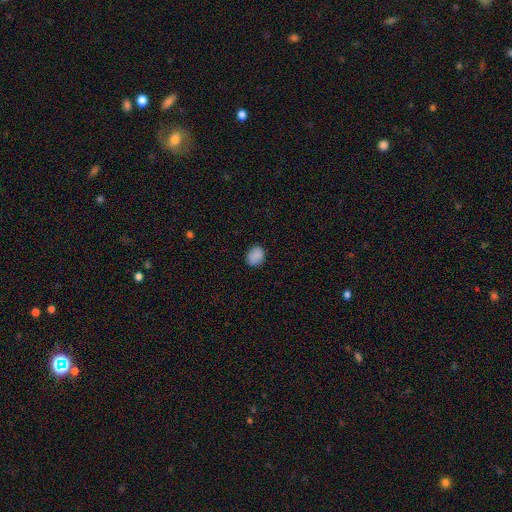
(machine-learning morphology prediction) Overall: smooth (87%). How rounded: round (59%; in between 40%). Merging: none (85%).